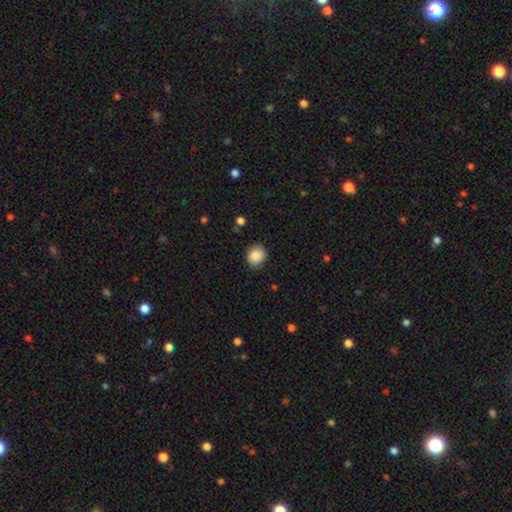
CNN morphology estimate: type=smooth (88%); roundness=round (79%); merging=none (86%).